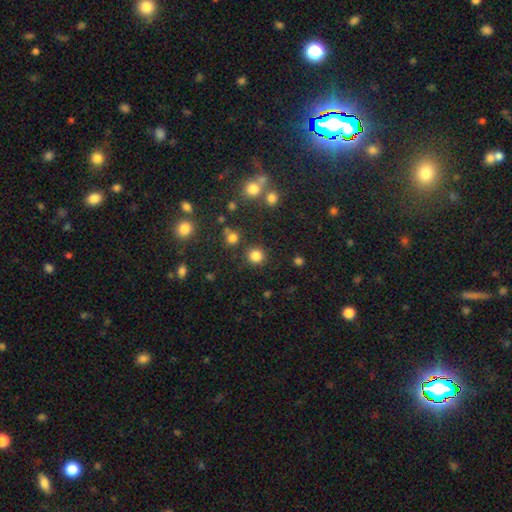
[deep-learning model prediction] This appears to be a smooth galaxy with no disk features (82%) that is round (92%). Merging: none (86%).